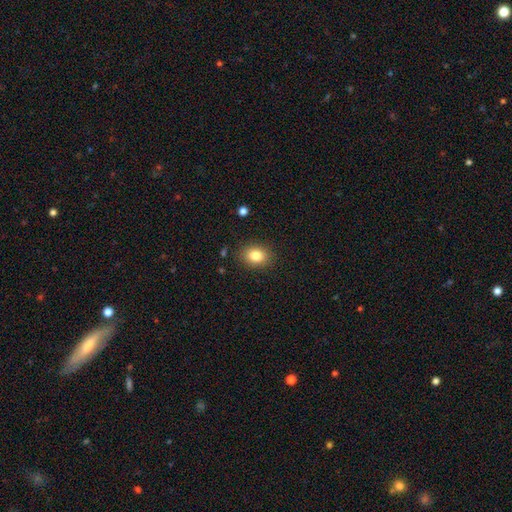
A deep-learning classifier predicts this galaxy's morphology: smooth 83%, star or artifact 10%, featured or disk 7%. Down the decision tree: how rounded — in between (59%); merging — none (87%).